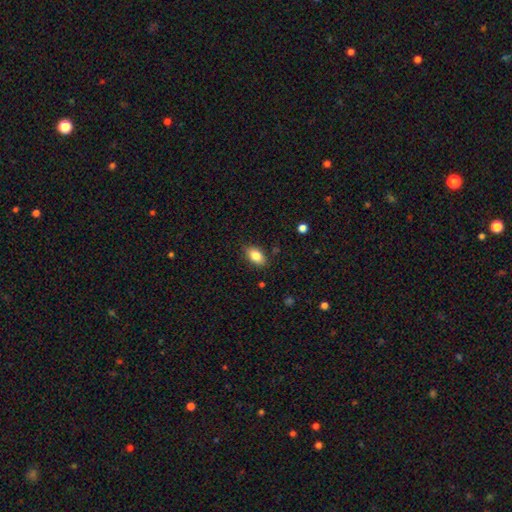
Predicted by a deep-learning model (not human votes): smooth-or-featured: smooth: 84% | featured or disk: 8% | star or artifact: 8%
  how-rounded: in between: 90% | round: 7% | cigar-shaped: 3%
  merging: none: 85% | minor disturbance: 11% | major disturbance: 2% | merger: 1%